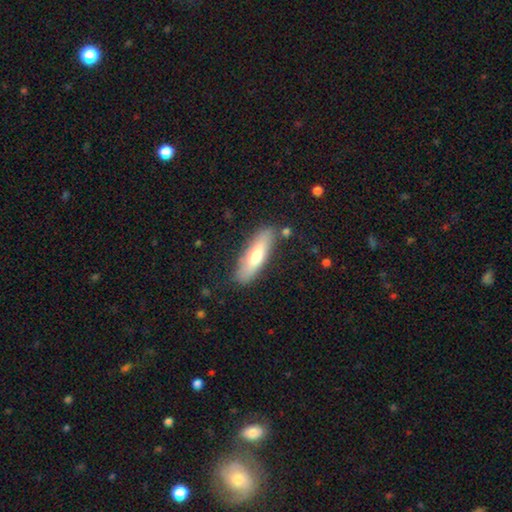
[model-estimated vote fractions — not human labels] Morphology: type=smooth (68%); roundness=cigar-shaped (56%); merging=none (83%).